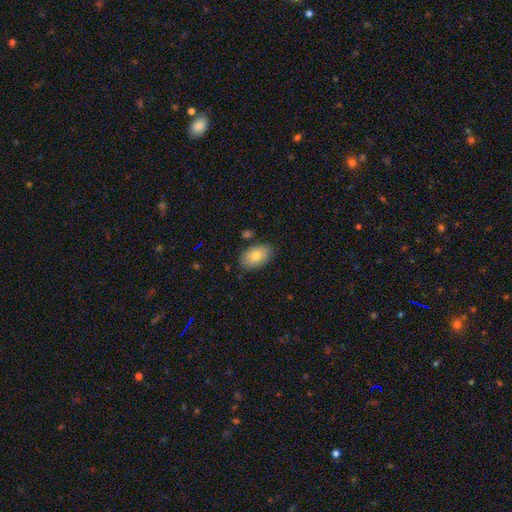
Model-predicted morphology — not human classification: This appears to be a smooth galaxy with no disk features (76%) that is in between round and cigar-shaped (91%). Merging: none (81%).